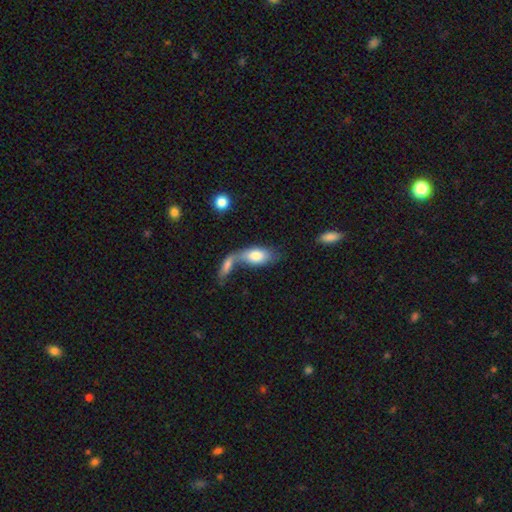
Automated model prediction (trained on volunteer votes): smooth 76%, featured or disk 19%, star or artifact 6%. Down the decision tree: how rounded — in between (90%); merging — merger (59%).